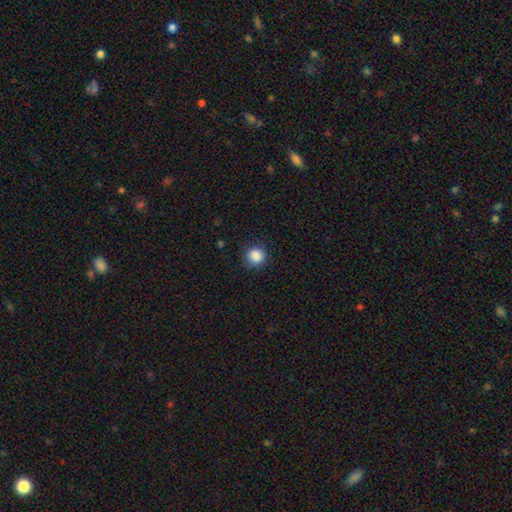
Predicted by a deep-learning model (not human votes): Smooth or featured: smooth — 87% (star or artifact — 10%)
How rounded: round — 91% (in between — 8%)
Merging: none — 85% (minor disturbance — 11%)